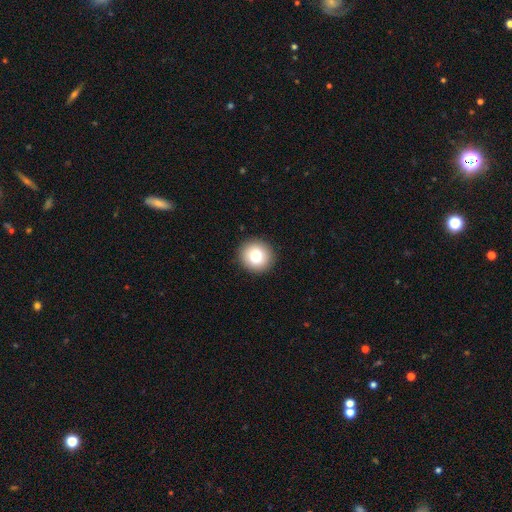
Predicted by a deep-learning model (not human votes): A smooth galaxy with no disk features (81%) that is round (92%).

Vote fractions:
- Smooth or featured? smooth: 81% / featured or disk: 10% / star or artifact: 9%
- How rounded? round: 92% / in between: 7% / cigar-shaped: 1%
- Merging? none: 92% / minor disturbance: 6% / major disturbance: 2% / merger: 1%